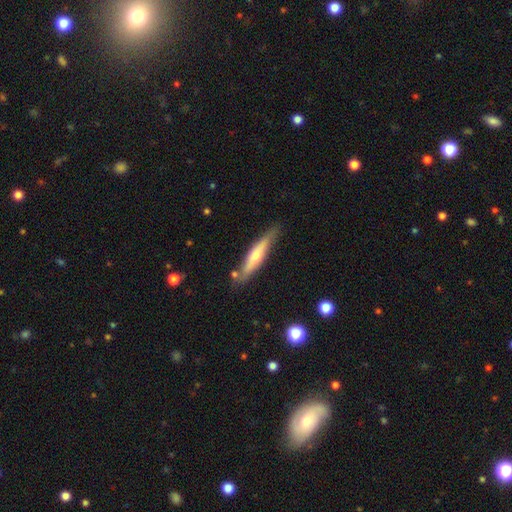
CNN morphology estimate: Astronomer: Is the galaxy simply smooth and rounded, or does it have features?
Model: featured or disk — 48% (runner-up: smooth, 46%).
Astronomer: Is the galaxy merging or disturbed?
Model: none — 79%.